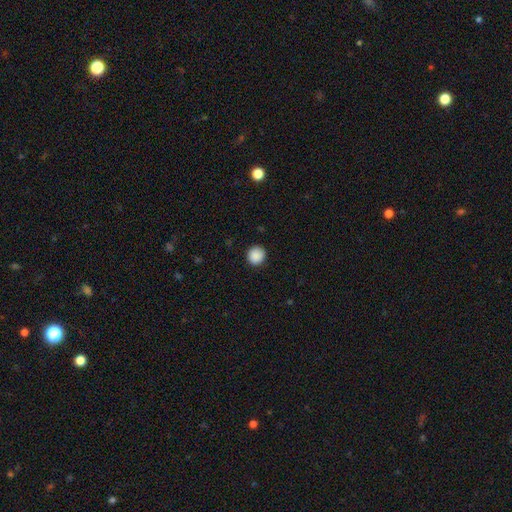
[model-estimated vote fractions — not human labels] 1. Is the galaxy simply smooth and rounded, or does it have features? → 89% smooth, 9% star or artifact, 2% featured or disk.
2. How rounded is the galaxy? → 93% round, 6% in between, 1% cigar-shaped.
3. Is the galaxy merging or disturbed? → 91% none, 6% minor disturbance, 2% major disturbance, 1% merger.